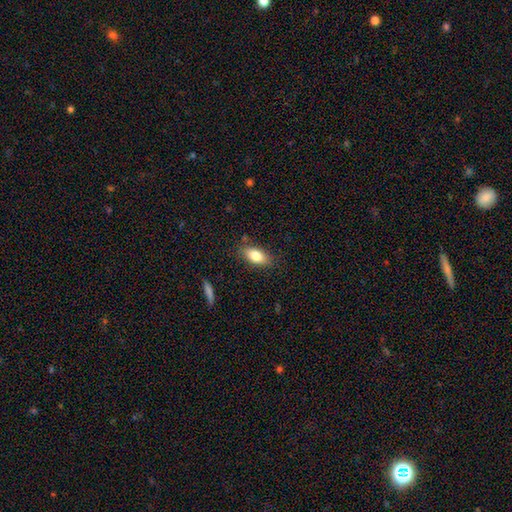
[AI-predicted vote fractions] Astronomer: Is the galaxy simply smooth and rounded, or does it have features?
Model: smooth — 81%.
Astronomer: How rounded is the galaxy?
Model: in between — 86%.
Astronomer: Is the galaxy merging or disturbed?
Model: none — 81%.